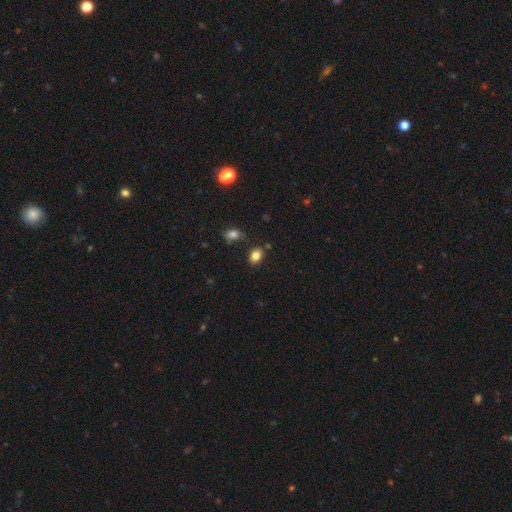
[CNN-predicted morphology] Smooth or featured: smooth — 83% (star or artifact — 10%)
How rounded: in between — 74% (round — 25%)
Merging: none — 78% (minor disturbance — 13%)